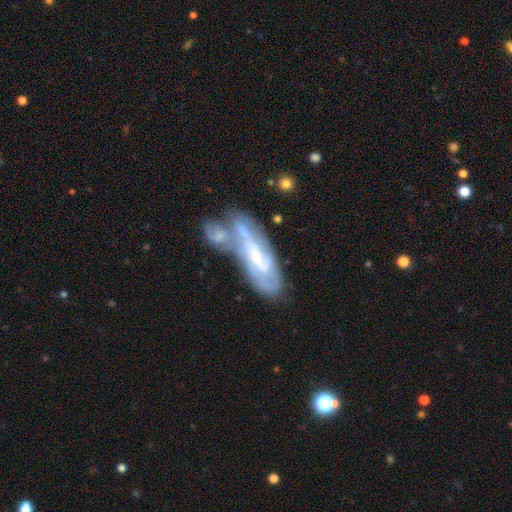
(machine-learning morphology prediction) This is likely a featured or disk galaxy (71%). It is clearly not viewed edge-on (82%). Bar: marginally no (45%). Spiral arm pattern: clearly yes (81%). Central bulge: likely small (65%). Merging: possibly merger (46%).